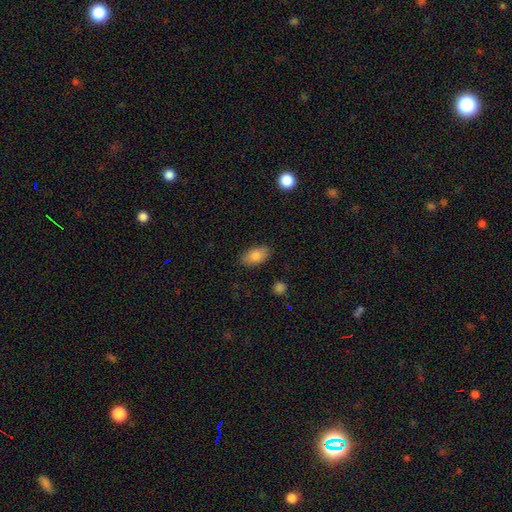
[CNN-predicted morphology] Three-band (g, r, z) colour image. It shows a smooth galaxy with no disk features (83%) that is in between round and cigar-shaped (93%). Merging: none (85%).